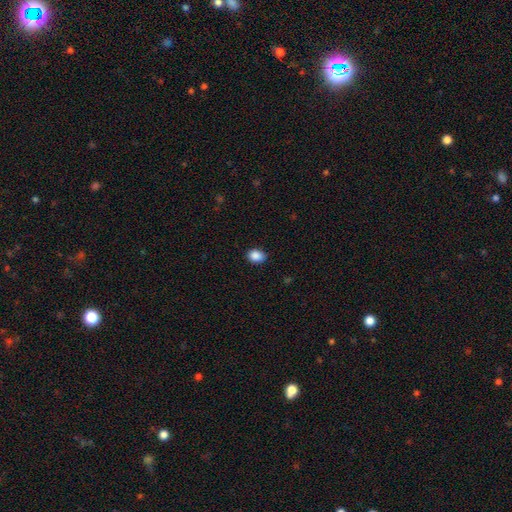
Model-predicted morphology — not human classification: This appears to be a smooth galaxy with no disk features (88%) that is in between round and cigar-shaped (60%). Merging: none (84%).